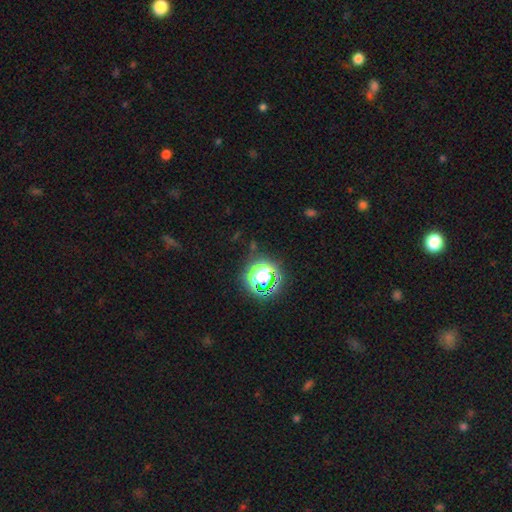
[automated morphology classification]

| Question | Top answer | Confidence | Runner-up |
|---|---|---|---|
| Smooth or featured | star or artifact | 76% | smooth (16%) |